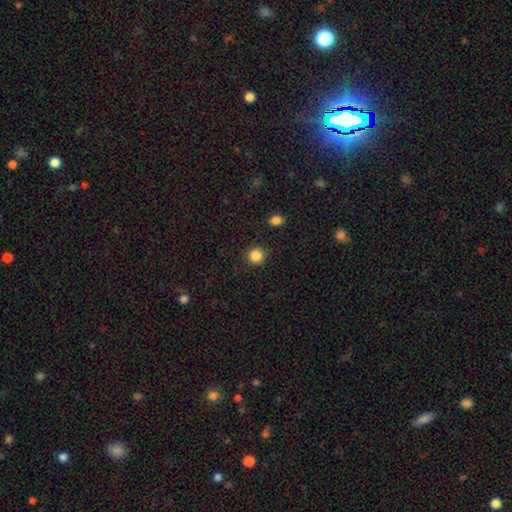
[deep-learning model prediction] smooth 86%, star or artifact 11%, featured or disk 3%. Down the decision tree: how rounded — round (94%); merging — none (90%).